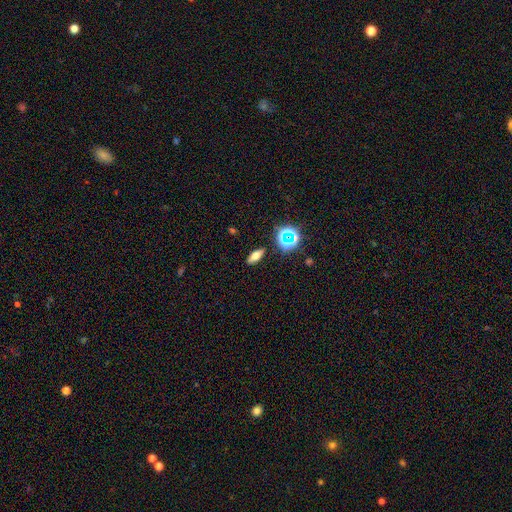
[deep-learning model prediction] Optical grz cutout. It shows a smooth galaxy with no disk features (55%) that is in between round and cigar-shaped (69%). Merging: none (88%).